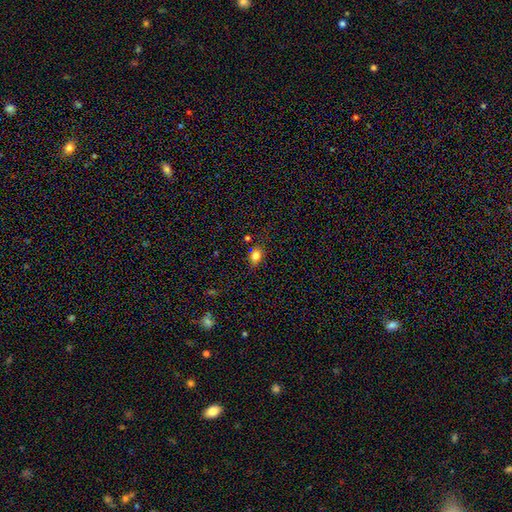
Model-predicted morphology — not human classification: A smooth galaxy with no disk features (79%) that is in between round and cigar-shaped (61%). Merging: none (77%).